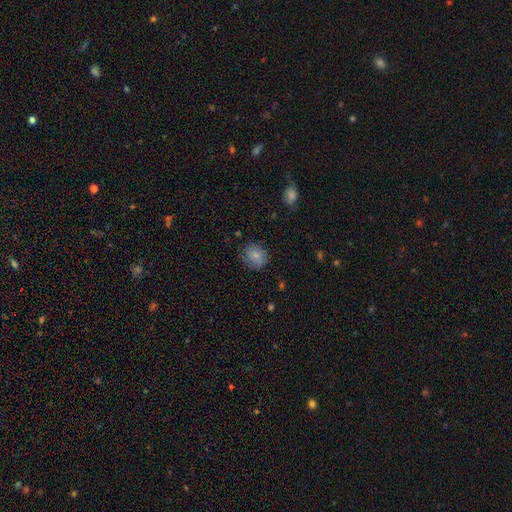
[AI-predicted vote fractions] This is clearly a smooth galaxy (81%). How rounded: likely round (67%). Merging: likely none (78%).